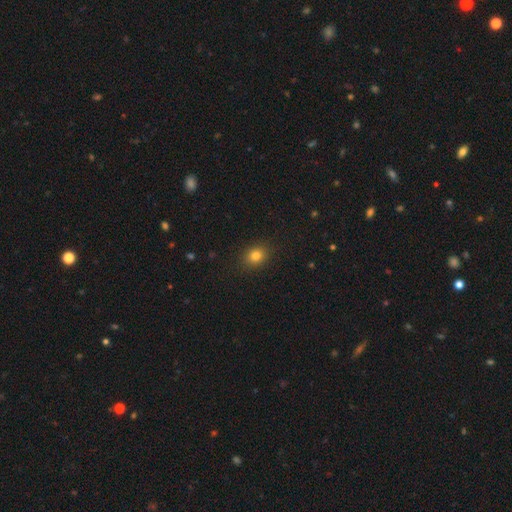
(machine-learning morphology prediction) Smooth or featured?
  - smooth: 81% *
  - star or artifact: 13%
  - featured or disk: 6%
How rounded?
  - round: 55% *
  - in between: 44%
  - cigar-shaped: 1%
Merging?
  - none: 89% *
  - minor disturbance: 8%
  - major disturbance: 2%
  - merger: 1%